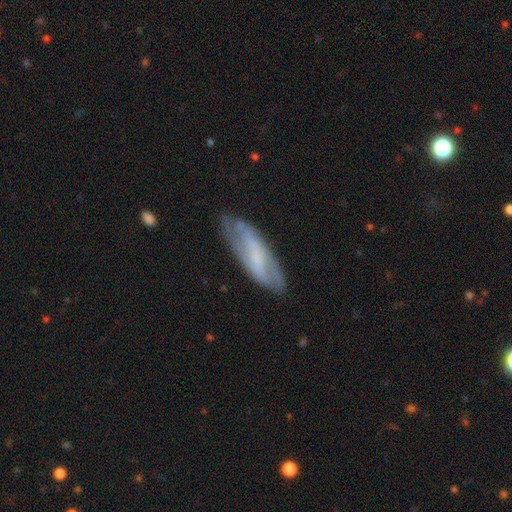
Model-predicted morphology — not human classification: Q: Smooth or featured?
A: featured or disk (56%); runner-up: smooth (36%)
Q: Edge-on disk?
A: no (76%); runner-up: yes (24%)
Q: Merging?
A: none (64%); runner-up: minor disturbance (25%)